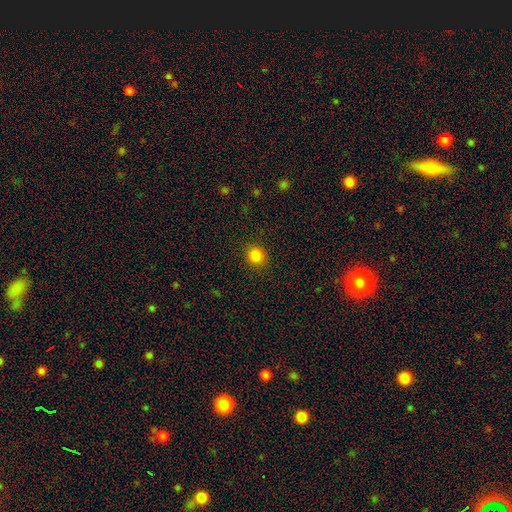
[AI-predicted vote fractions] smooth-or-featured: smooth: 84% | star or artifact: 12% | featured or disk: 4%
  how-rounded: round: 88% | in between: 11% | cigar-shaped: 1%
  merging: none: 90% | minor disturbance: 6% | major disturbance: 2% | merger: 1%